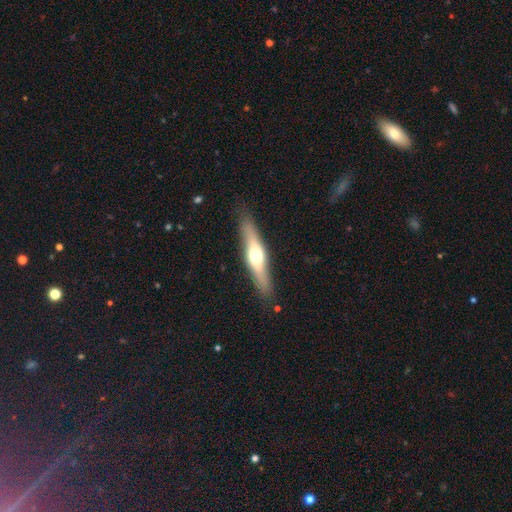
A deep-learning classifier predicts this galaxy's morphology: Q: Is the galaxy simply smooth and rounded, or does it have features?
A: featured or disk — 57%.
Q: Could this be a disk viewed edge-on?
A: yes — 91%.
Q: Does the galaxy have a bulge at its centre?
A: rounded — 92%.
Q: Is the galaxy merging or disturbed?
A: none — 87%.